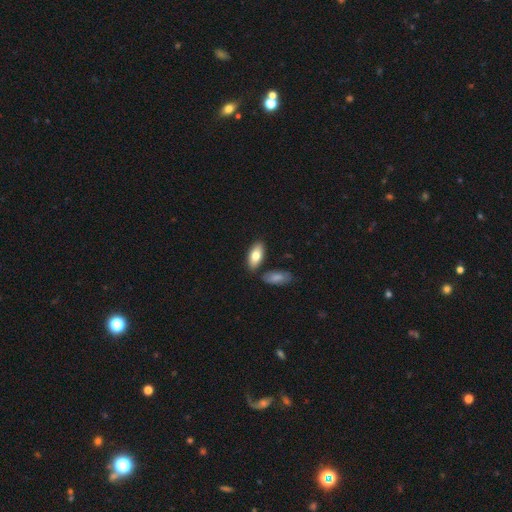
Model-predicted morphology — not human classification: Smooth or featured? smooth (78%)
How rounded? in between (89%)
Merging? none (78%)